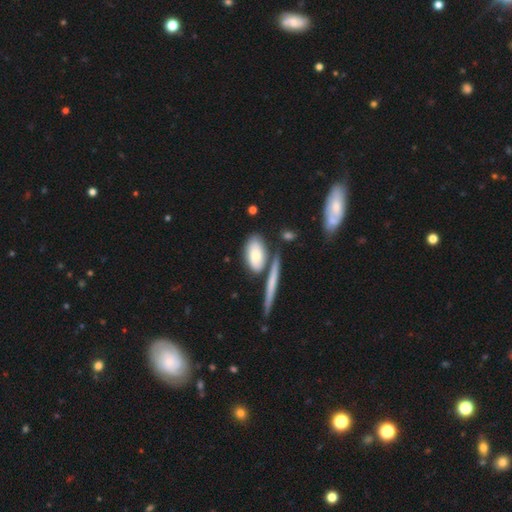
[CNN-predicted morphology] This is likely a smooth galaxy (69%). How rounded: clearly in between (82%). Merging: possibly none (55%).